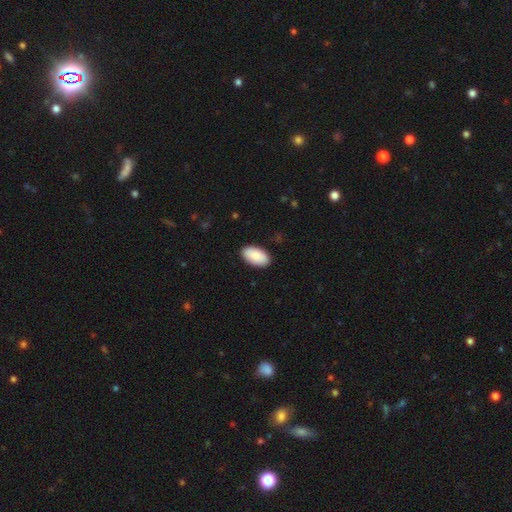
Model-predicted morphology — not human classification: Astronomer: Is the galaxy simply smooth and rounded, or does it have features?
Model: smooth — 87%.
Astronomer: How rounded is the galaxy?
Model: in between — 96%.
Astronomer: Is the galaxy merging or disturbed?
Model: none — 89%.